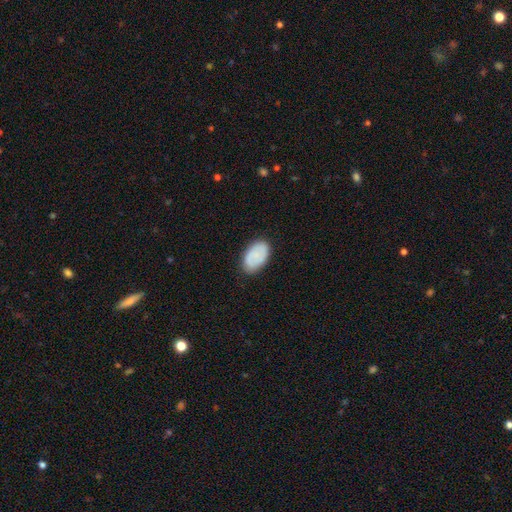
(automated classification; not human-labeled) Morphology: type=smooth (72%); roundness=in between (92%); merging=none (83%).